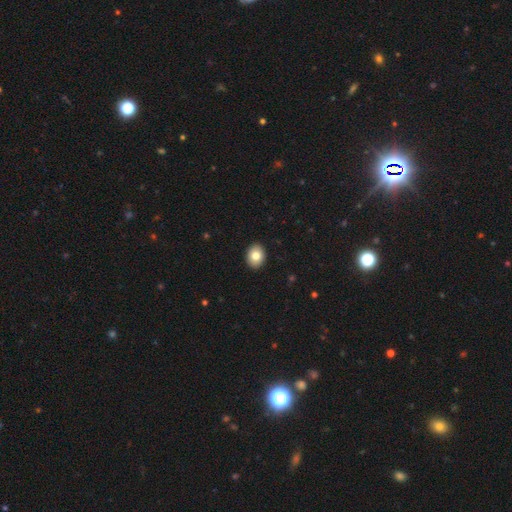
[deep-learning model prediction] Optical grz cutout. It shows a smooth galaxy with no disk features (82%) that is in between round and cigar-shaped (62%). Merging: none (92%).